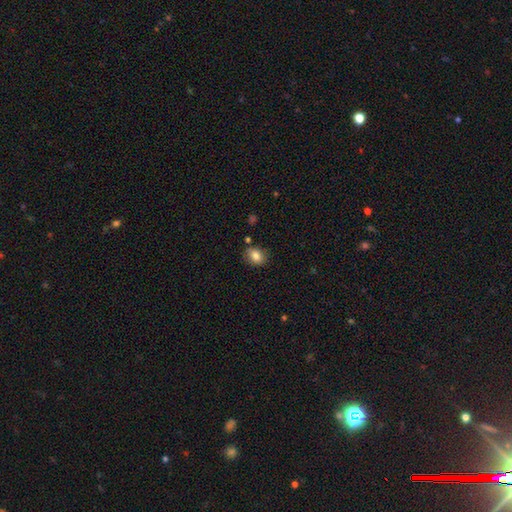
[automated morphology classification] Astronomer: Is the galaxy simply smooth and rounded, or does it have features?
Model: smooth — 82%.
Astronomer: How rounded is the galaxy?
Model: in between — 59% (runner-up: round, 40%).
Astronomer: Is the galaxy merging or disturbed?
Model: none — 80%.